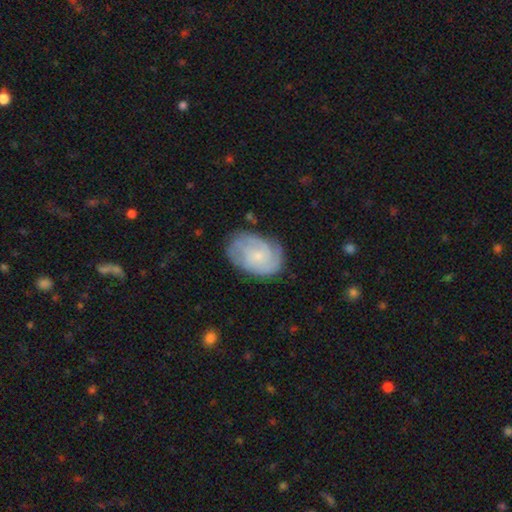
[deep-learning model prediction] Overall: featured or disk (72%). Edge-on disk: no (98%). Bar: no (72%). Spiral arms: yes (92%). Spiral arm count: can't tell (32%; 2 27%). Spiral winding: tight (58%; medium 33%). Bulge size: small (72%). Merging: none (71%).